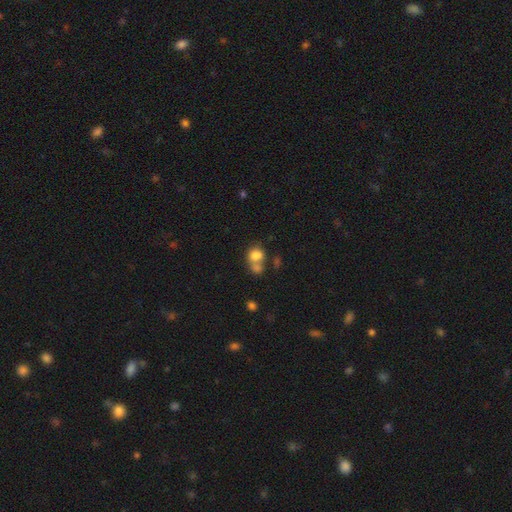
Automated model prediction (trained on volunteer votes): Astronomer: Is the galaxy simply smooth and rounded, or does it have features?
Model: smooth — 79%.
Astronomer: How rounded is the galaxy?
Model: round — 61% (runner-up: in between, 38%).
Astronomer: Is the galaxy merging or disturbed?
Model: merger — 49% (runner-up: none, 35%).